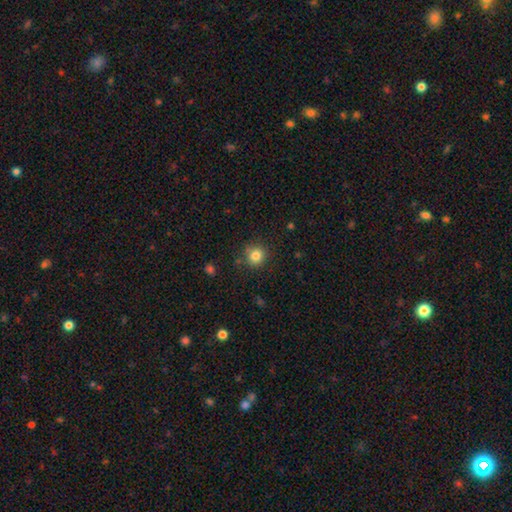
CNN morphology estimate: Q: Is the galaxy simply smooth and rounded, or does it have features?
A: smooth — 83%.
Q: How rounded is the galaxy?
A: round — 90%.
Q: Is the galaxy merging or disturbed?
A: none — 83%.